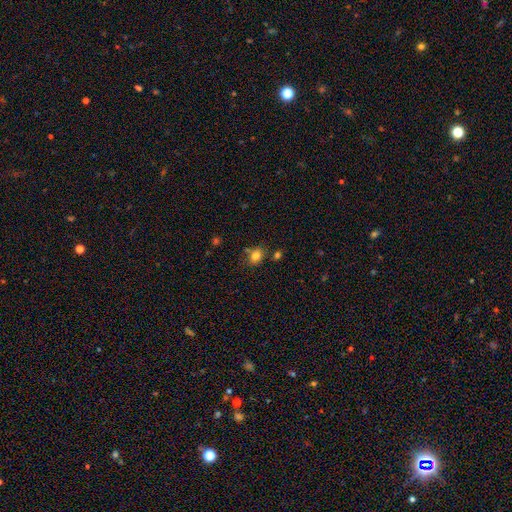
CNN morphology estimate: smooth_or_featured: smooth (p=0.81) [alt: star or artifact p=0.12]
how_rounded: in between (p=0.53) [alt: round p=0.46]
merging: none (p=0.69) [alt: minor disturbance p=0.16]